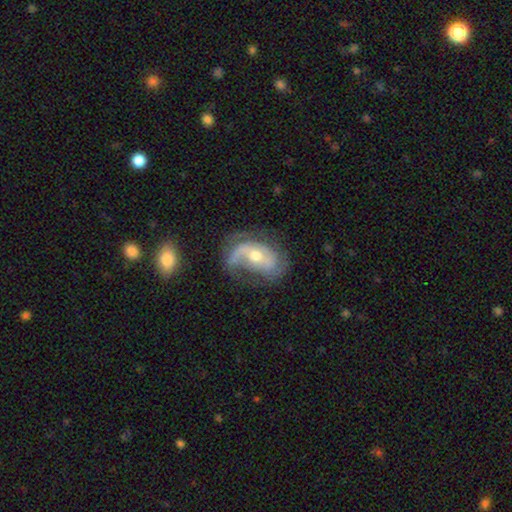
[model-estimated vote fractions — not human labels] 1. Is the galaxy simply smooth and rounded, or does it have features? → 74% featured or disk, 19% smooth, 7% star or artifact.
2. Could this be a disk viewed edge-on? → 96% no, 4% yes.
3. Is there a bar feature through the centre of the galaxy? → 58% no, 31% weak, 11% strong.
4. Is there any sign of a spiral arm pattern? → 86% yes, 14% no.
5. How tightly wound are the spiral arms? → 40% loose, 38% medium, 21% tight.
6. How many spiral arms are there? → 42% 2, 39% 1, 12% can't tell, 3% 3, 1% 4, 1% more than 4.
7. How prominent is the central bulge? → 64% moderate, 29% small, 4% large, 1% none, 1% dominant.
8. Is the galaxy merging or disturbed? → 43% none, 28% major disturbance, 25% minor disturbance, 4% merger.